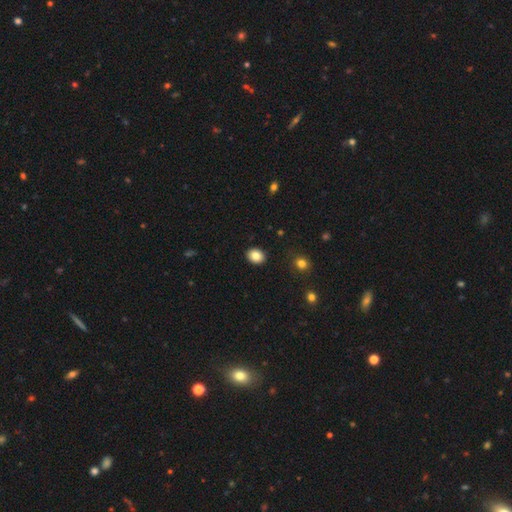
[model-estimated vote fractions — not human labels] Smooth or featured? Predicted: smooth (p=0.85). How rounded? Predicted: round (p=0.54). Merging? Predicted: none (p=0.91).